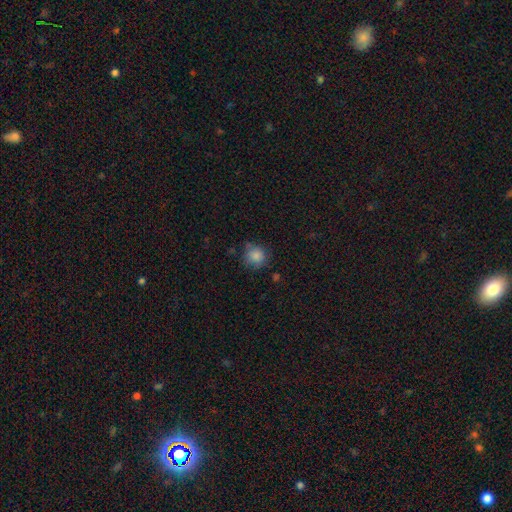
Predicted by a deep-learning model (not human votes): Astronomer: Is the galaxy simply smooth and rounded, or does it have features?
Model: smooth — 84%.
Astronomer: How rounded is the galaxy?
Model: round — 86%.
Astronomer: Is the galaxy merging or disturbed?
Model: none — 70%.